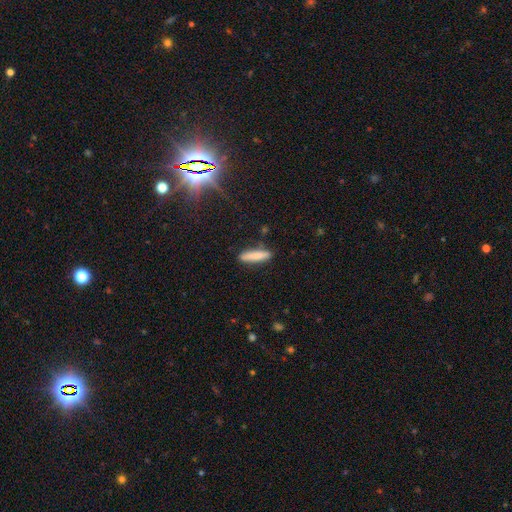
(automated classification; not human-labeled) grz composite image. It shows a smooth galaxy with no disk features (83%) that is cigar-shaped (81%). Merging: none (85%).